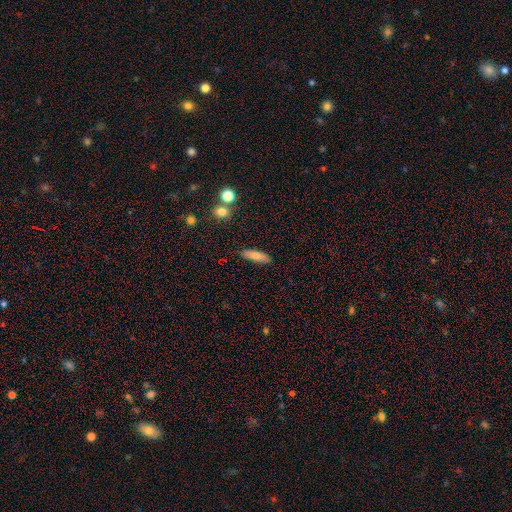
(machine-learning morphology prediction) A smooth galaxy with no disk features (78%) that is cigar-shaped (62%). Merging: none (87%).